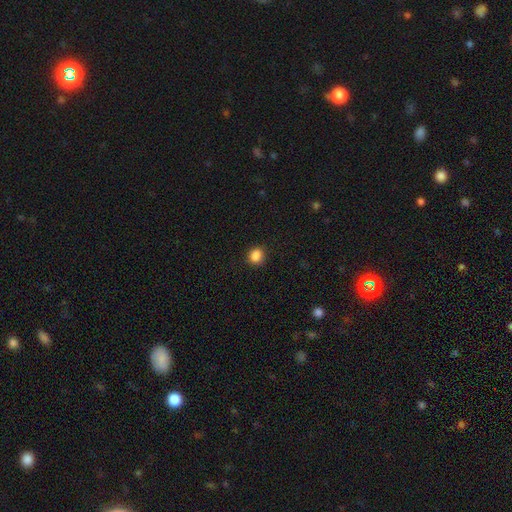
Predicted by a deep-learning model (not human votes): Smooth or featured?
  - smooth: 86% *
  - star or artifact: 11%
  - featured or disk: 3%
How rounded?
  - round: 74% *
  - in between: 25%
  - cigar-shaped: 1%
Merging?
  - none: 86% *
  - minor disturbance: 10%
  - major disturbance: 2%
  - merger: 1%